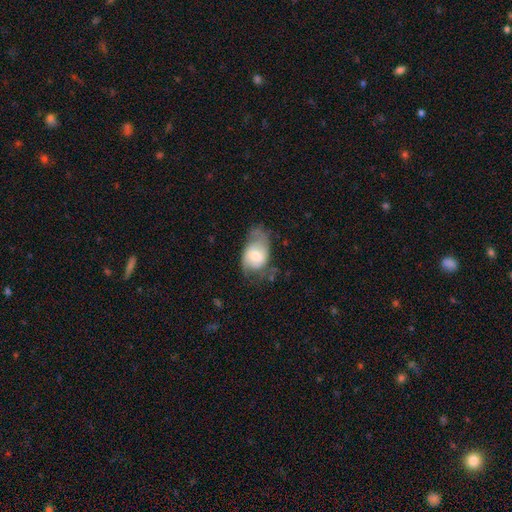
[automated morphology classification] Overall: featured or disk (49%; smooth 44%). Merging: none (42%; minor disturbance 33%).